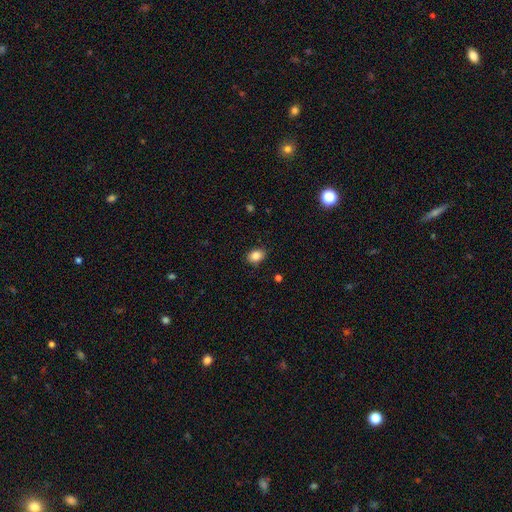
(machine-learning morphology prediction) type=smooth (86%); roundness=in between (70%); merging=none (86%).